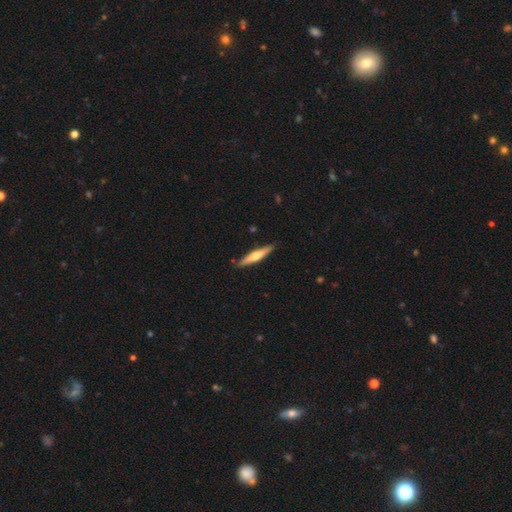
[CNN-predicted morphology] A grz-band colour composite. It shows a featured or disk galaxy (55%) viewed edge-on (95%) with a rounded central bulge (90%). Merging: none (89%).